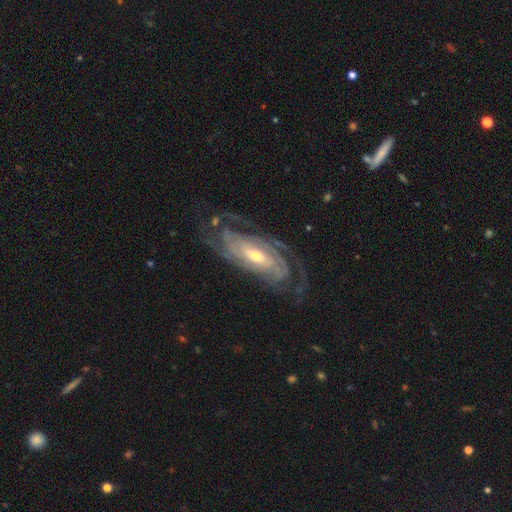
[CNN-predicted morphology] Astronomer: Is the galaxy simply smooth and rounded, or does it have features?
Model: featured or disk — 90%.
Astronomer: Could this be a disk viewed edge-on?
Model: no — 92%.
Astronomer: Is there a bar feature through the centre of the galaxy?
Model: no — 47% (runner-up: weak, 35%).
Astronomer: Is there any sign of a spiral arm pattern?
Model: yes — 97%.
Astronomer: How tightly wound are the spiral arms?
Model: tight — 68%.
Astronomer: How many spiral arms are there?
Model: can't tell — 26%, tied with 2 at 26%.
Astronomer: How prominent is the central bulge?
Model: moderate — 53% (runner-up: small, 40%).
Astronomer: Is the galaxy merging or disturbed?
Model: none — 72%.